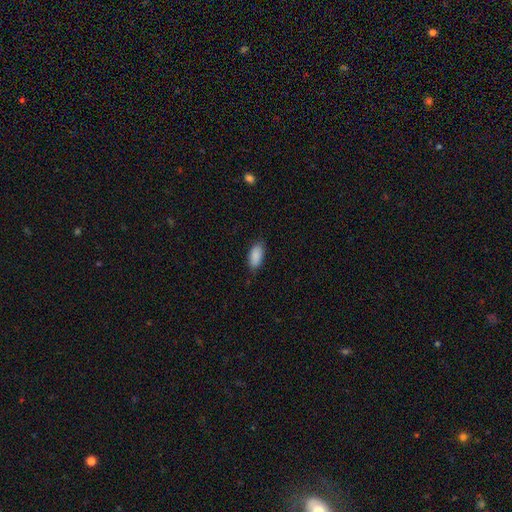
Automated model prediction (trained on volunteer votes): A smooth galaxy with no disk features (90%) that is in between round and cigar-shaped (92%). Merging: none (81%).